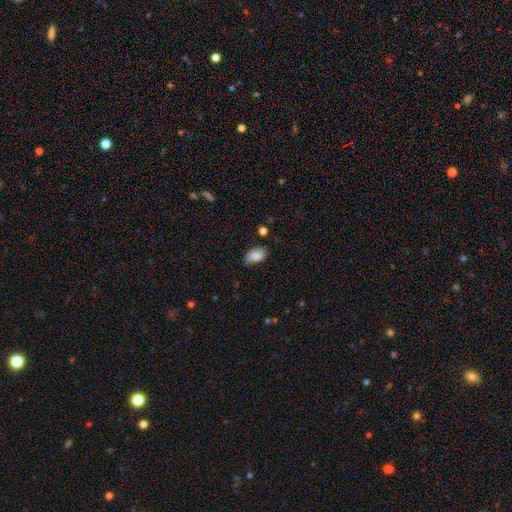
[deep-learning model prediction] Smooth or featured? Predicted: smooth (p=0.83). How rounded? Predicted: in between (p=0.89). Merging? Predicted: none (p=0.61).